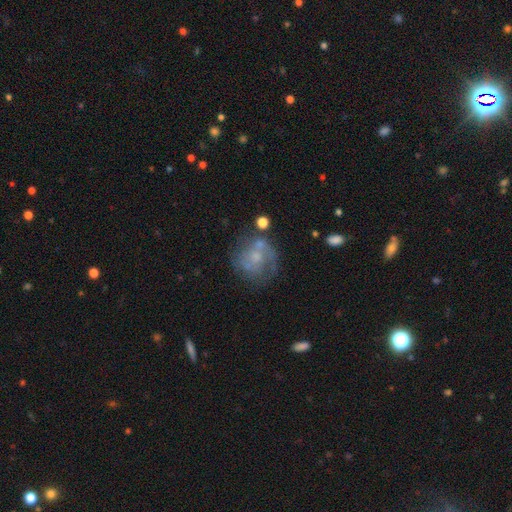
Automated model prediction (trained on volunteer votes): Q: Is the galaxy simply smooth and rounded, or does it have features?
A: featured or disk — 59%.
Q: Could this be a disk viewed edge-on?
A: no — 97%.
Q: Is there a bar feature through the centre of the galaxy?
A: no — 71%.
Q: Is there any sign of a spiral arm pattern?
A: yes — 71%.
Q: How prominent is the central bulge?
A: small — 49%.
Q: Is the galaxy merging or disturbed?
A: none — 55%.